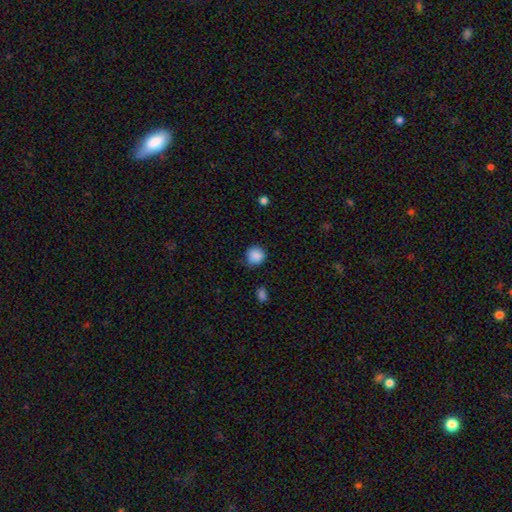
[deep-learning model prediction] This appears to be a smooth galaxy with no disk features (88%) that is round (89%). Merging: none (80%).